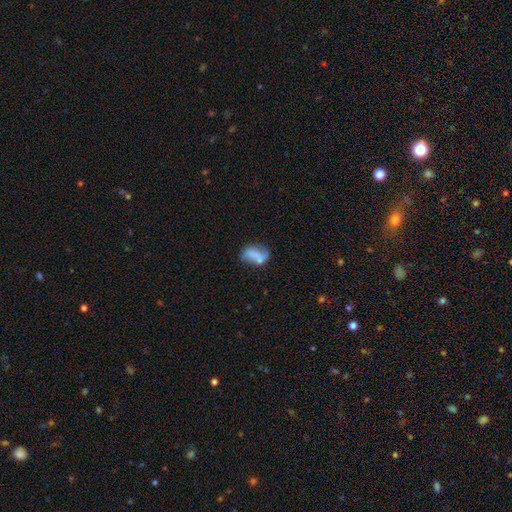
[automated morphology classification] Q: Smooth or featured?
A: smooth (54%); runner-up: featured or disk (36%)
Q: How rounded?
A: in between (80%); runner-up: round (16%)
Q: Merging?
A: none (38%); runner-up: minor disturbance (25%)